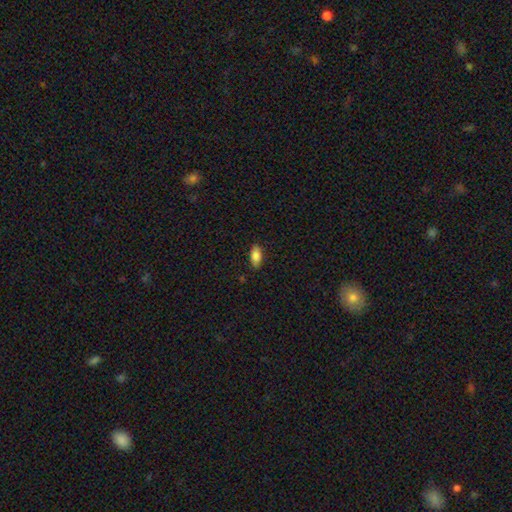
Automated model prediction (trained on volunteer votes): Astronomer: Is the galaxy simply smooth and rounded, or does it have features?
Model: smooth — 85%.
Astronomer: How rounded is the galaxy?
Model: in between — 88%.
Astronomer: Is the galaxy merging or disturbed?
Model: none — 85%.